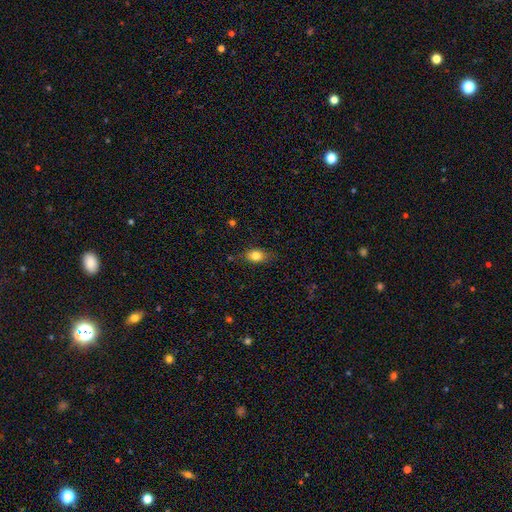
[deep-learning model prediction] Q: Smooth or featured?
A: smooth (80%); runner-up: featured or disk (10%)
Q: How rounded?
A: in between (73%); runner-up: round (23%)
Q: Merging?
A: none (77%); runner-up: minor disturbance (18%)